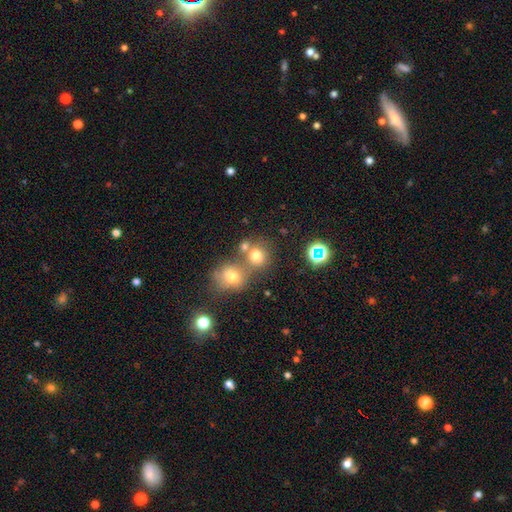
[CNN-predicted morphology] A smooth galaxy with no disk features (72%) that is round (81%).

Vote fractions:
- Smooth or featured? smooth: 72% / star or artifact: 17% / featured or disk: 11%
- How rounded? round: 81% / in between: 18% / cigar-shaped: 1%
- Merging? none: 49% / merger: 37% / minor disturbance: 9% / major disturbance: 4%